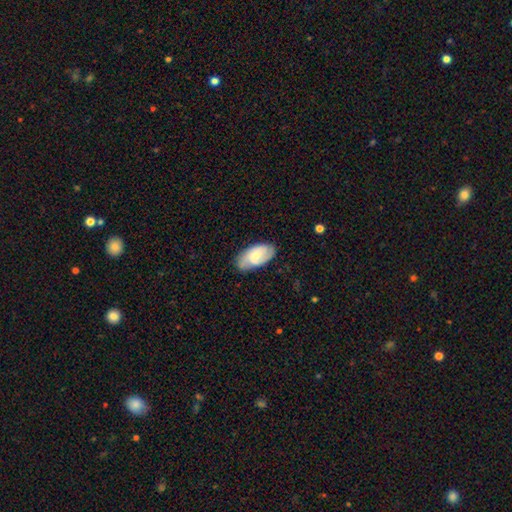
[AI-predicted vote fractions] This is possibly a featured or disk galaxy (56%). It is clearly not viewed edge-on (94%). Bar: possibly no (47%). Spiral arm pattern: clearly yes (88%). Central bulge: possibly small (51%). Merging: likely none (74%).